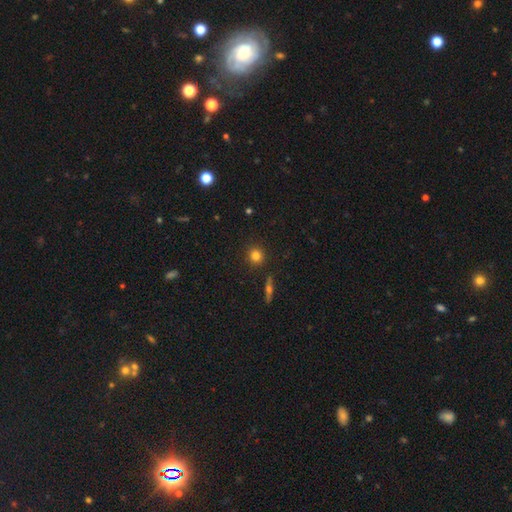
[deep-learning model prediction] Morphology: type=smooth (80%); roundness=round (90%); merging=none (90%).